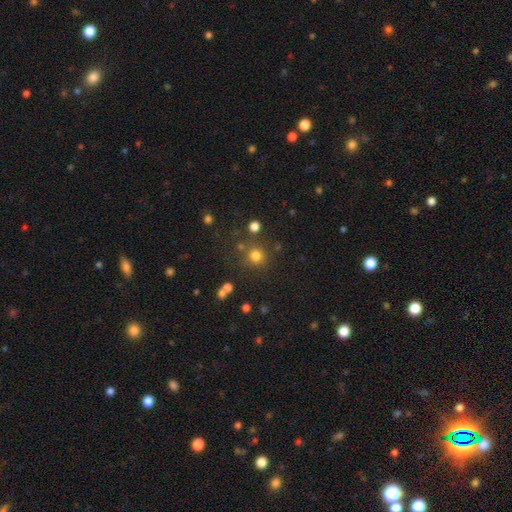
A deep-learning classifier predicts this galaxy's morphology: Smooth or featured: smooth — 77% (star or artifact — 17%)
How rounded: round — 92% (in between — 7%)
Merging: none — 78% (minor disturbance — 9%)